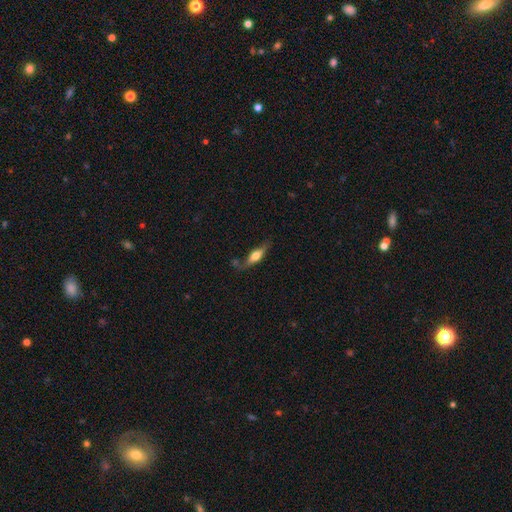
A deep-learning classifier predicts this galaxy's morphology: This appears to be a smooth galaxy with no disk features (51%) that is cigar-shaped (51%). Merging: none (62%).